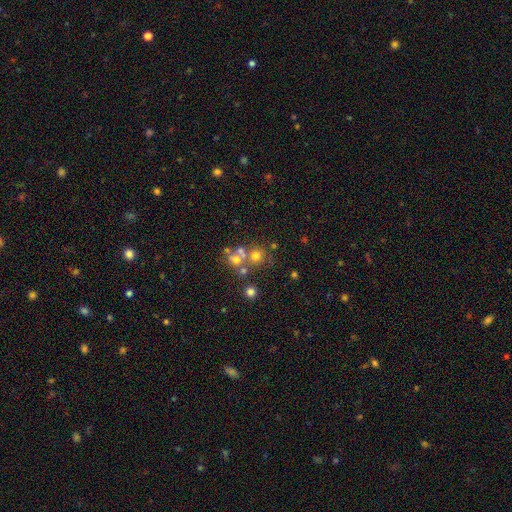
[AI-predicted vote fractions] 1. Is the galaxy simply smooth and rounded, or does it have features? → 55% smooth, 23% featured or disk, 21% star or artifact.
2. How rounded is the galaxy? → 82% round, 17% in between, 1% cigar-shaped.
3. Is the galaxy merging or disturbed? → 47% none, 37% merger, 9% minor disturbance, 6% major disturbance.